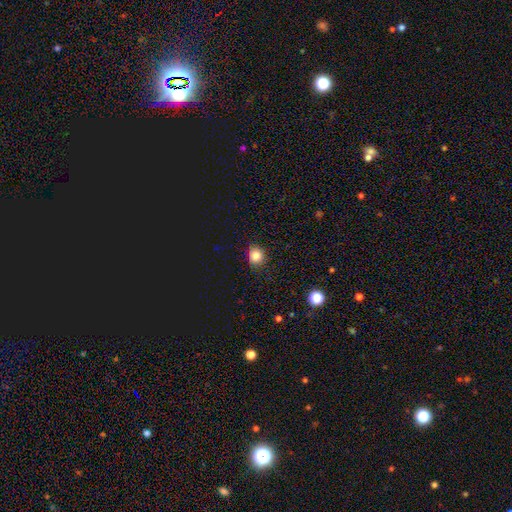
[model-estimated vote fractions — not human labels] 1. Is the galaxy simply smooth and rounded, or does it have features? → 83% smooth, 12% star or artifact, 5% featured or disk.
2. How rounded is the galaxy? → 78% round, 21% in between, 1% cigar-shaped.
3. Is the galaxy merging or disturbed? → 84% none, 12% minor disturbance, 2% major disturbance, 1% merger.